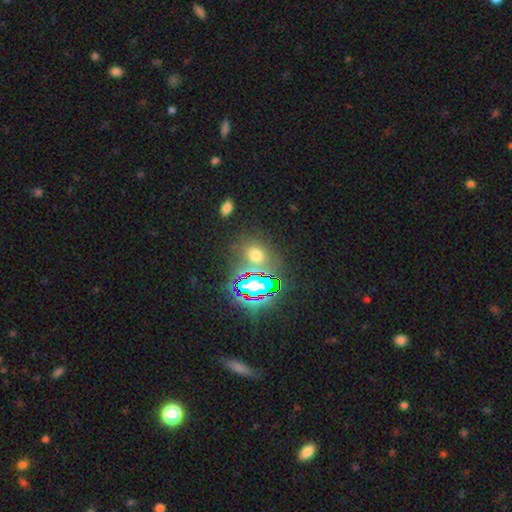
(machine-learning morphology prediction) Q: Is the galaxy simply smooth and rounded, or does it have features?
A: smooth — 50%.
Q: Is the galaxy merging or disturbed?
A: none — 74%.